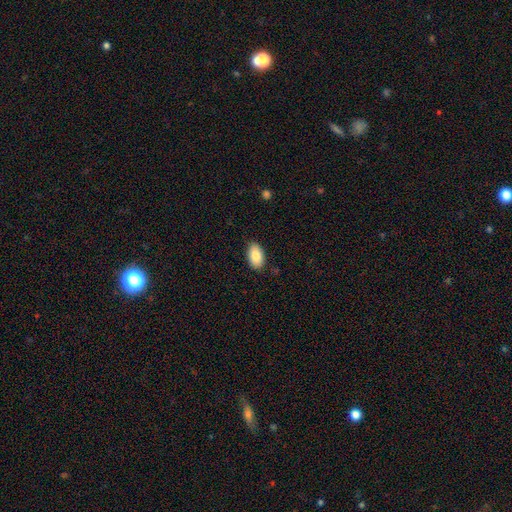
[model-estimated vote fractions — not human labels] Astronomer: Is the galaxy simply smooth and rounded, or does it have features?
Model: smooth — 86%.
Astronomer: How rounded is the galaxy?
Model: in between — 94%.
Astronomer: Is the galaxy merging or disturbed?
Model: none — 86%.